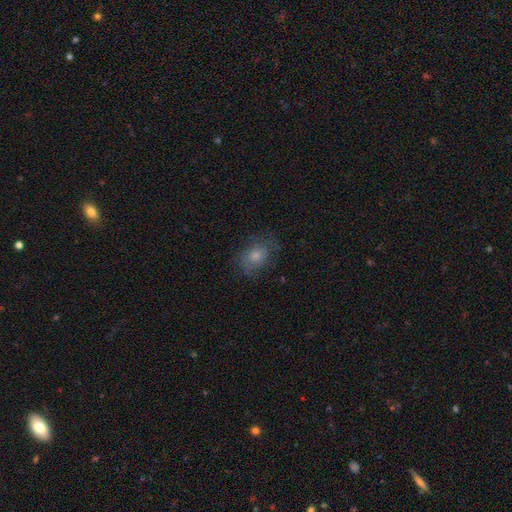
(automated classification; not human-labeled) A smooth galaxy with no disk features (63%) that is in between round and cigar-shaped (57%). Merging: none (65%).